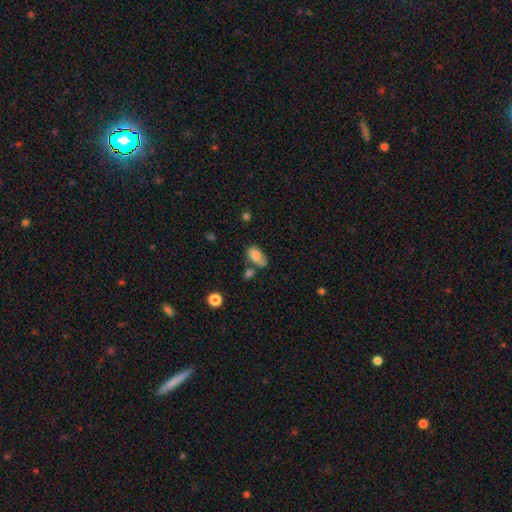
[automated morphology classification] Overall: smooth (81%). How rounded: in between (90%). Merging: none (39%; minor disturbance 25%).